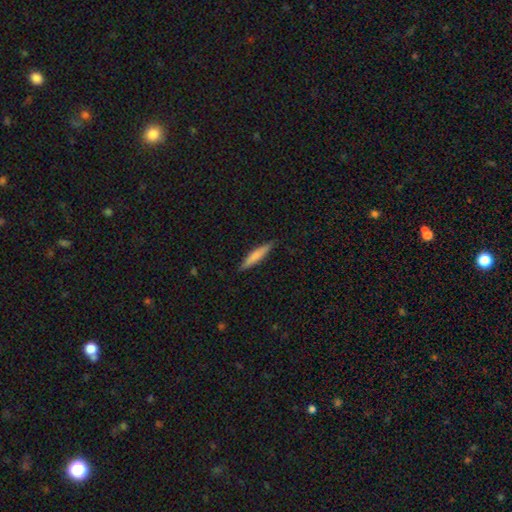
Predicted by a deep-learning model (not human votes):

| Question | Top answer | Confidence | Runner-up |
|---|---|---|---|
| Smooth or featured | smooth | 74% | featured or disk (21%) |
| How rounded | cigar-shaped | 89% | in between (10%) |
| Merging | none | 86% | minor disturbance (10%) |